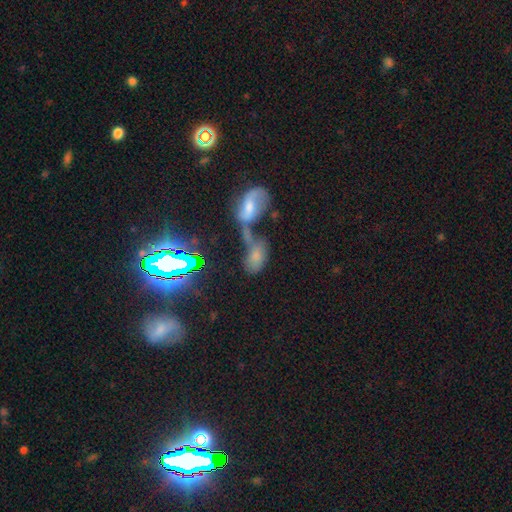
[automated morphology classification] A smooth galaxy with no disk features (60%) that is in between round and cigar-shaped (90%).

Vote fractions:
- Smooth or featured? smooth: 60% / star or artifact: 21% / featured or disk: 20%
- How rounded? in between: 90% / round: 6% / cigar-shaped: 4%
- Merging? merger: 65% / none: 17% / major disturbance: 9% / minor disturbance: 9%